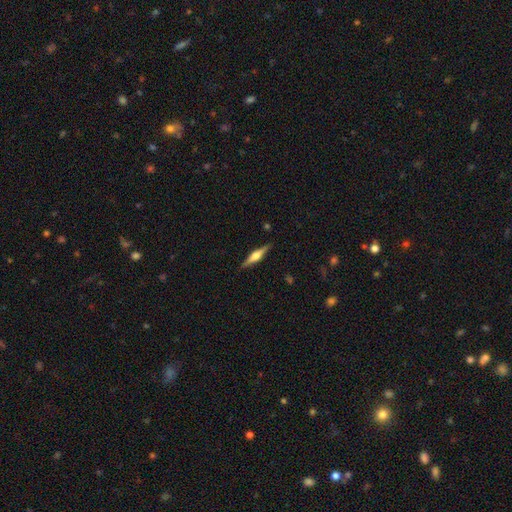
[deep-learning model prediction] This is likely a featured or disk galaxy (70%). It is clearly viewed edge-on (98%). Edge-on bulge: clearly rounded (87%). Merging: clearly none (89%).